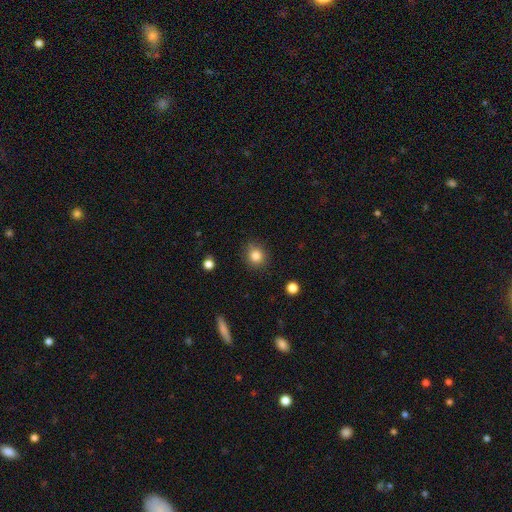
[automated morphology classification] smooth-or-featured: smooth: 84% | star or artifact: 11% | featured or disk: 5%
  how-rounded: round: 85% | in between: 14% | cigar-shaped: 1%
  merging: none: 86% | minor disturbance: 10% | major disturbance: 3% | merger: 1%